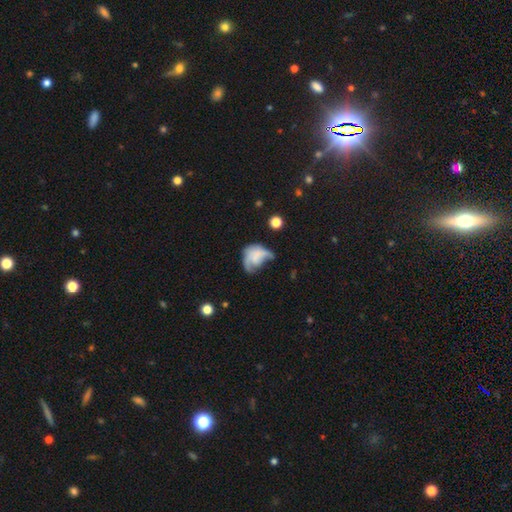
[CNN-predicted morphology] smooth-or-featured: smooth: 48% | featured or disk: 42% | star or artifact: 10%
  merging: major disturbance: 44% | minor disturbance: 25% | none: 22% | merger: 9%